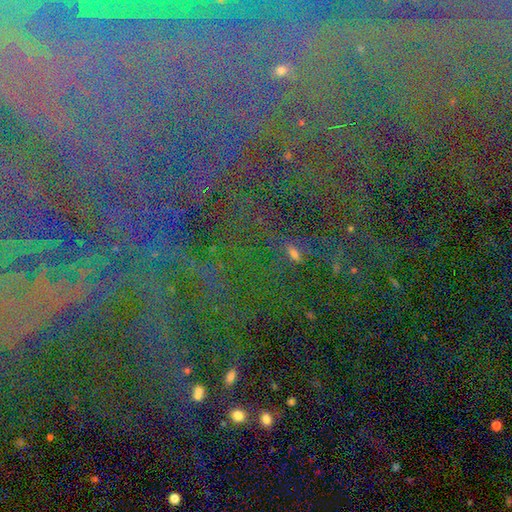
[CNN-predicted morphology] Q: Smooth or featured?
A: star or artifact (82%); runner-up: featured or disk (10%)